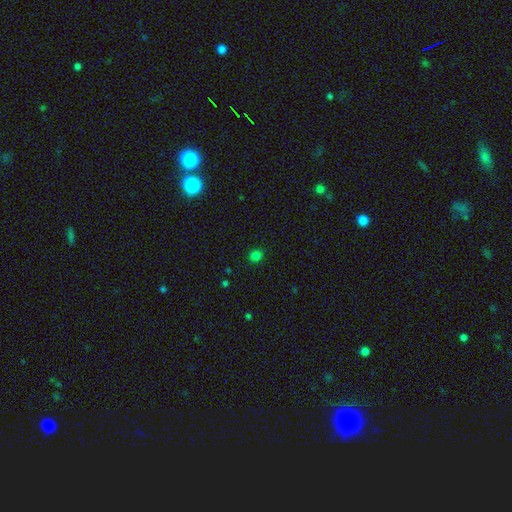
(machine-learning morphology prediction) The model was most divided on "how rounded": round: 77%, in between: 22%, cigar-shaped: 1%. More confident: merging — none (87%); smooth or featured — smooth (78%).